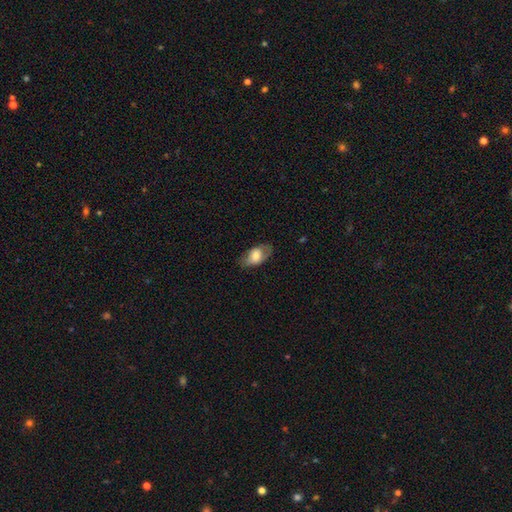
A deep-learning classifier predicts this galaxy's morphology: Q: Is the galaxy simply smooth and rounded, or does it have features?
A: smooth — 67%.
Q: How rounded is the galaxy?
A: in between — 90%.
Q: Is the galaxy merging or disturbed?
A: none — 70%.